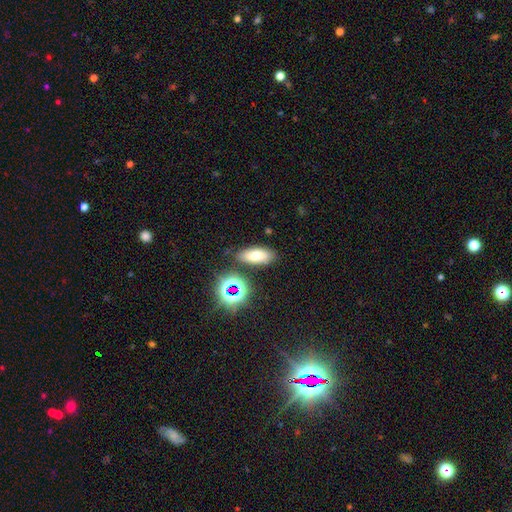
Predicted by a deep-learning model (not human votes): This is likely a smooth galaxy (67%). How rounded: likely in between (79%). Merging: clearly none (80%).